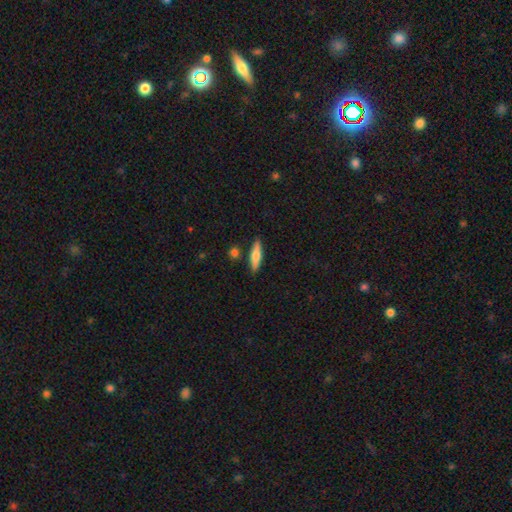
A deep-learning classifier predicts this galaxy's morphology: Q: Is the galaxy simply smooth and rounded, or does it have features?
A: smooth — 64%.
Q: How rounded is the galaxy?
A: cigar-shaped — 72%.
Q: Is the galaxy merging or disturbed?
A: none — 85%.